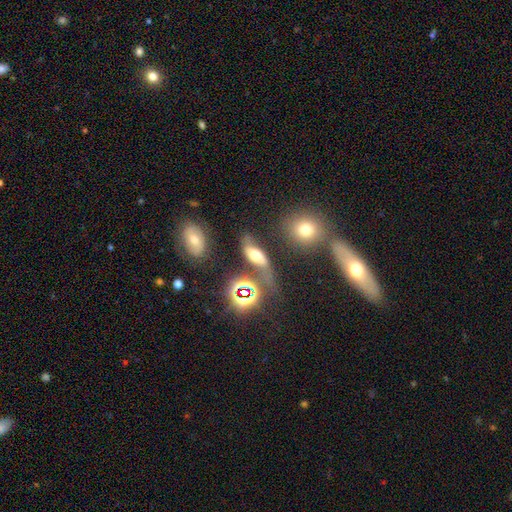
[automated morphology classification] Smooth or featured: featured or disk — 42% (tied with smooth — 42%)
Merging: none — 44% (minor disturbance — 21%)